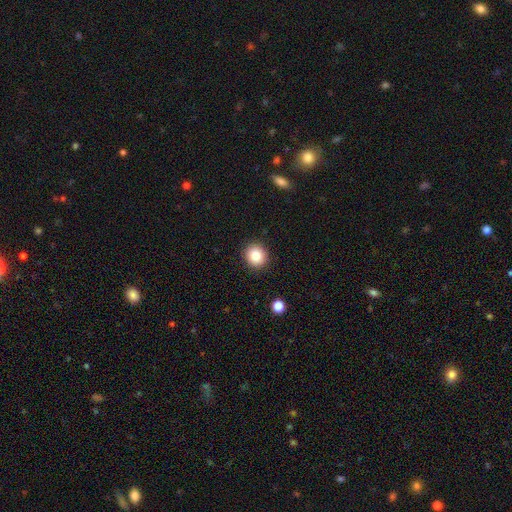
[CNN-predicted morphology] A smooth galaxy with no disk features (84%) that is round (87%).

Vote fractions:
- Smooth or featured? smooth: 84% / star or artifact: 10% / featured or disk: 7%
- How rounded? round: 87% / in between: 12% / cigar-shaped: 1%
- Merging? none: 91% / minor disturbance: 6% / major disturbance: 2% / merger: 1%